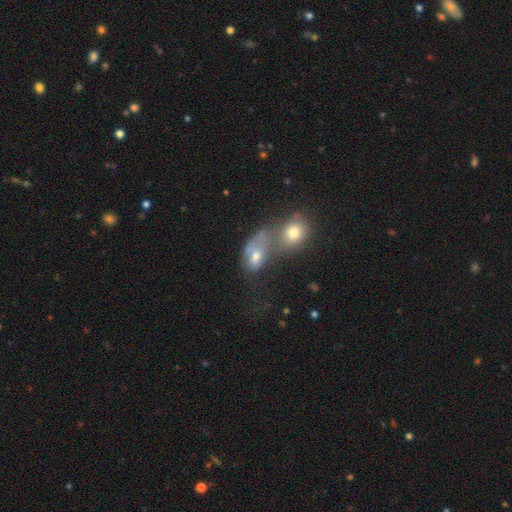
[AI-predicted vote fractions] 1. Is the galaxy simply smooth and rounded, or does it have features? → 59% smooth, 29% featured or disk, 12% star or artifact.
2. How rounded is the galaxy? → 73% in between, 24% round, 3% cigar-shaped.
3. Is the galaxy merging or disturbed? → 68% merger, 13% none, 12% major disturbance, 8% minor disturbance.